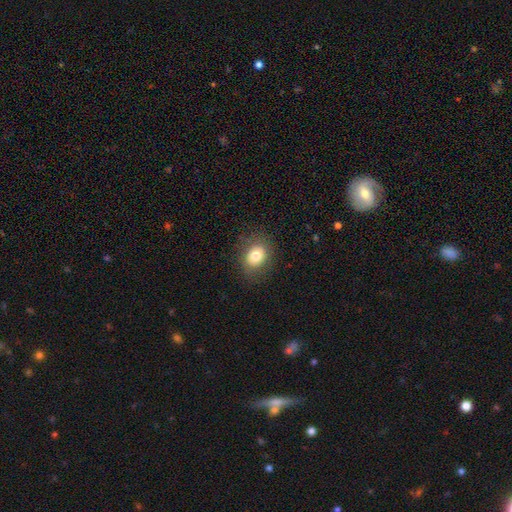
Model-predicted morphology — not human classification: A smooth galaxy with no disk features (79%) that is in between round and cigar-shaped (52%).

Vote fractions:
- Smooth or featured? smooth: 79% / featured or disk: 12% / star or artifact: 10%
- How rounded? in between: 52% / round: 47% / cigar-shaped: 1%
- Merging? none: 83% / minor disturbance: 11% / major disturbance: 4% / merger: 1%